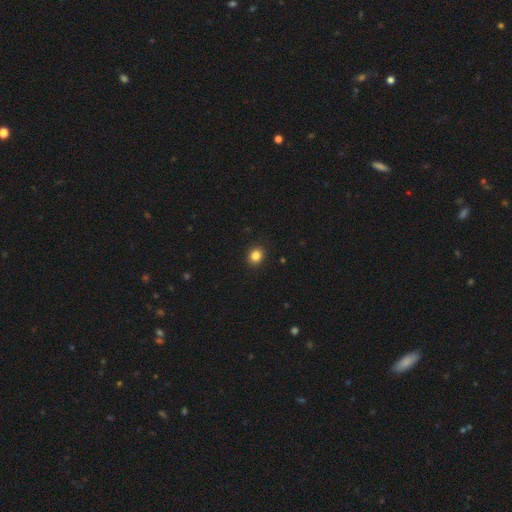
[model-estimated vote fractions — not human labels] A smooth galaxy with no disk features (85%) that is round (70%). Merging: none (92%).